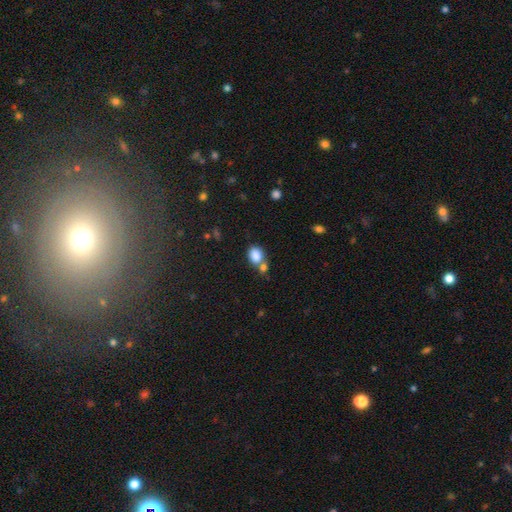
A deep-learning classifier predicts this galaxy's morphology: Smooth or featured? Predicted: smooth (p=0.85). How rounded? Predicted: in between (p=0.56). Merging? Predicted: none (p=0.46).